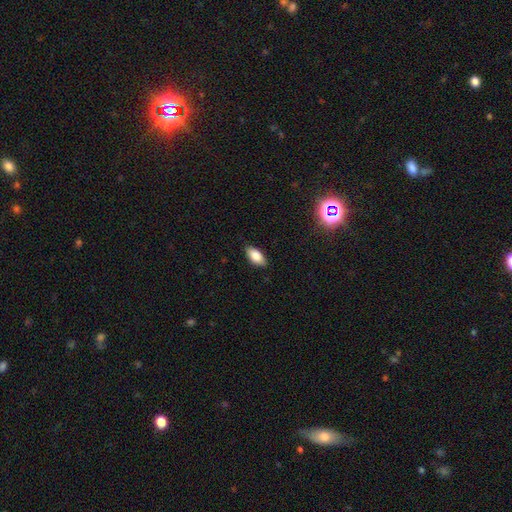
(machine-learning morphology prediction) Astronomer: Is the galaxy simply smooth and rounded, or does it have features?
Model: smooth — 82%.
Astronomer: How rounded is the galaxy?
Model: in between — 91%.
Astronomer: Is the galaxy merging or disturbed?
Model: none — 86%.